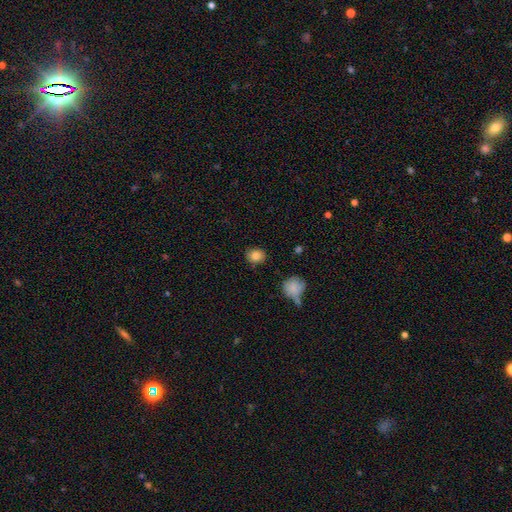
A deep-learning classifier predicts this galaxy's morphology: A smooth galaxy with no disk features (83%) that is round (70%).

Vote fractions:
- Smooth or featured? smooth: 83% / star or artifact: 10% / featured or disk: 7%
- How rounded? round: 70% / in between: 29% / cigar-shaped: 1%
- Merging? none: 84% / minor disturbance: 12% / major disturbance: 3% / merger: 2%